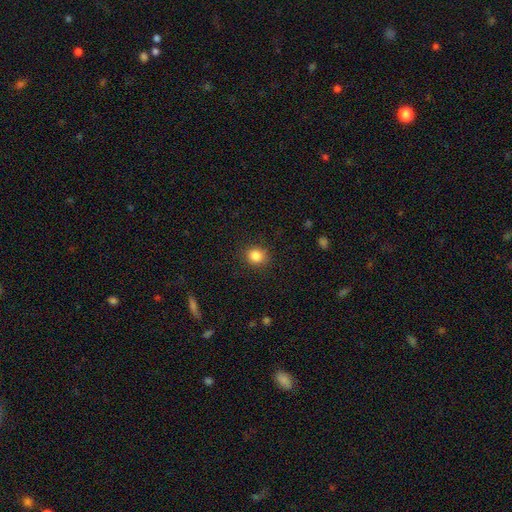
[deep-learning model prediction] Overall: smooth (85%). How rounded: round (79%). Merging: none (88%).